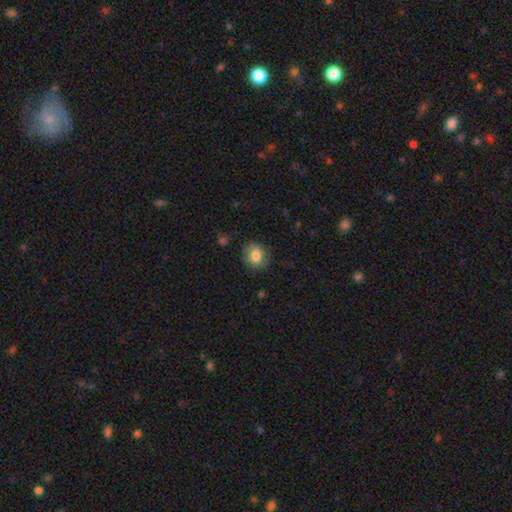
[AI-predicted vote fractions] A smooth galaxy with no disk features (80%) that is round (60%).

Vote fractions:
- Smooth or featured? smooth: 80% / featured or disk: 12% / star or artifact: 8%
- How rounded? round: 60% / in between: 39% / cigar-shaped: 1%
- Merging? none: 78% / minor disturbance: 16% / major disturbance: 4% / merger: 1%